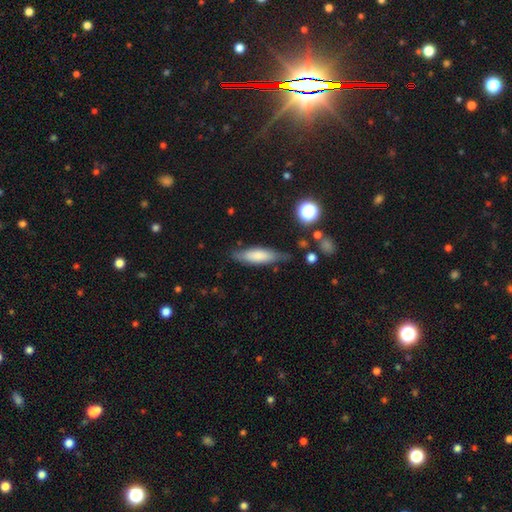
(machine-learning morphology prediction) Smooth or featured? smooth (69%)
How rounded? cigar-shaped (60%)
Merging? none (73%)